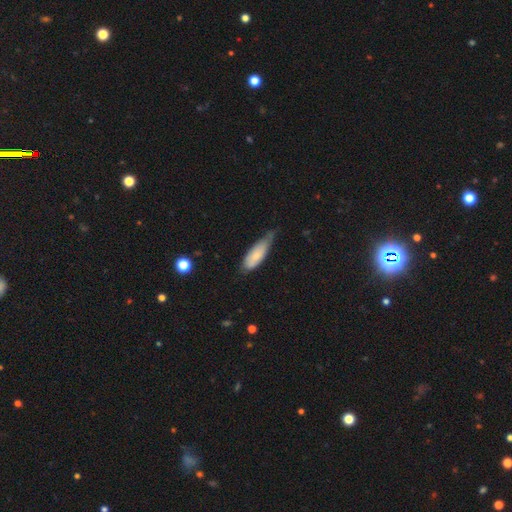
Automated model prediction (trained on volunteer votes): This appears to be a smooth galaxy with no disk features (71%) that is in between round and cigar-shaped (68%). Merging: minor disturbance (49%).